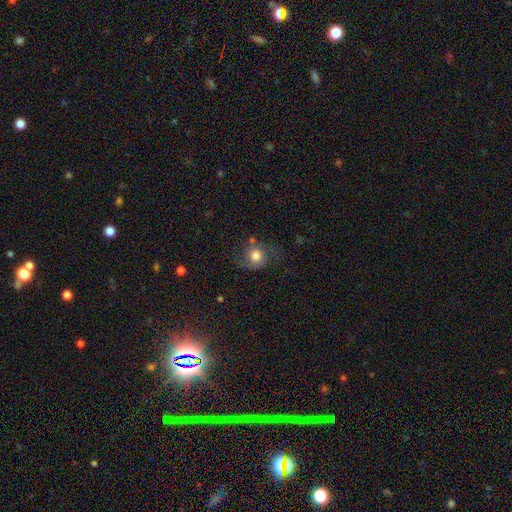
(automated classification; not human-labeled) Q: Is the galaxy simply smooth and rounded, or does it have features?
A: smooth — 51%.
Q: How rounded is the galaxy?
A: round — 78%.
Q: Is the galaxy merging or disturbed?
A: none — 60%.